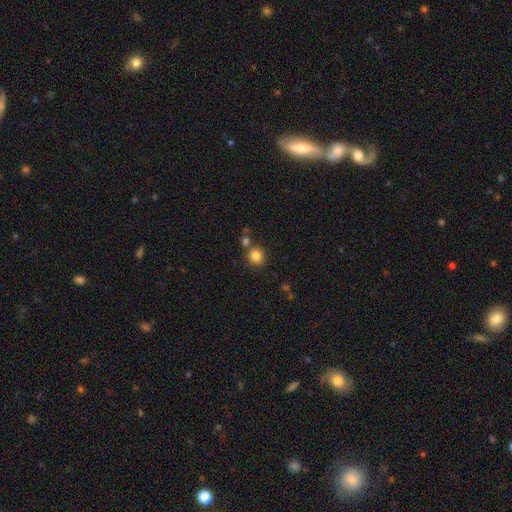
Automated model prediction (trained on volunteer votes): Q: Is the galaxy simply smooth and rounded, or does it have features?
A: smooth — 84%.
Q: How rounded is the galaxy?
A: round — 84%.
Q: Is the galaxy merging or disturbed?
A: none — 71%.